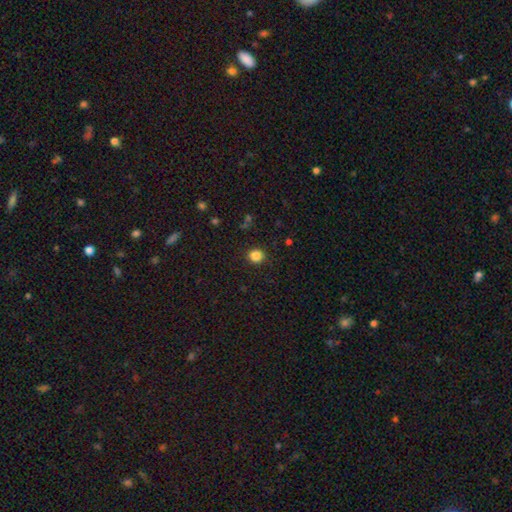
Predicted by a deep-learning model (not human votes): Smooth or featured?
  - smooth: 85% *
  - star or artifact: 12%
  - featured or disk: 4%
How rounded?
  - round: 89% *
  - in between: 10%
  - cigar-shaped: 1%
Merging?
  - none: 91% *
  - minor disturbance: 6%
  - major disturbance: 2%
  - merger: 1%